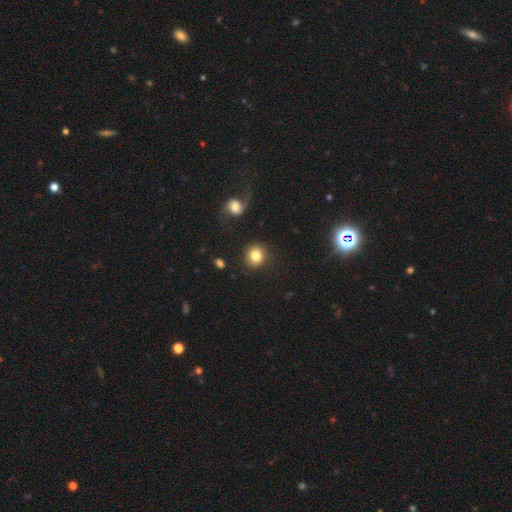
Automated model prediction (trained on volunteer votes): This is clearly a smooth galaxy (82%). How rounded: clearly round (85%). Merging: clearly none (85%).